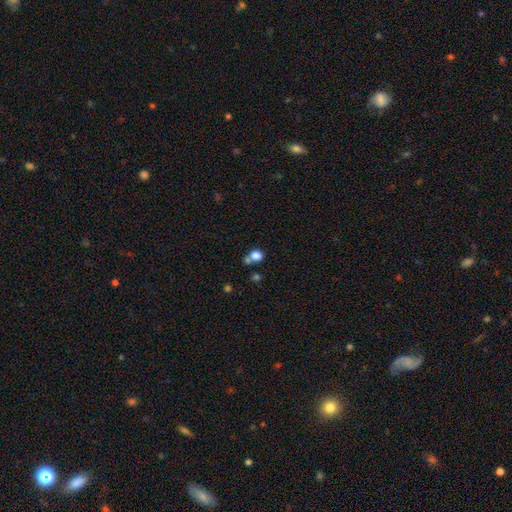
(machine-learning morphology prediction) Smooth or featured?
  - smooth: 81% *
  - star or artifact: 12%
  - featured or disk: 7%
How rounded?
  - round: 72% *
  - in between: 27%
  - cigar-shaped: 1%
Merging?
  - none: 49% *
  - merger: 36%
  - minor disturbance: 10%
  - major disturbance: 5%